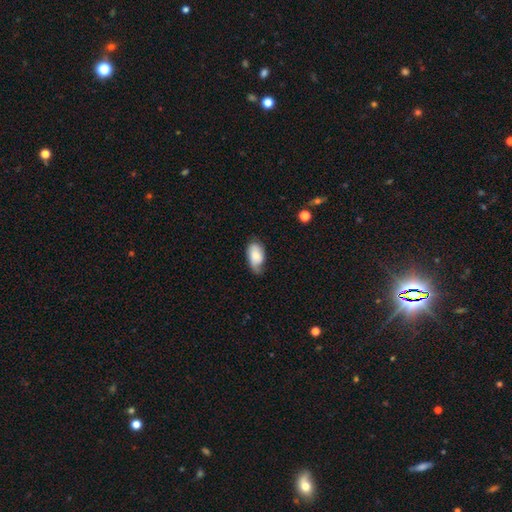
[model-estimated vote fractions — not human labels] A smooth galaxy with no disk features (72%) that is in between round and cigar-shaped (93%). Merging: none (46%).